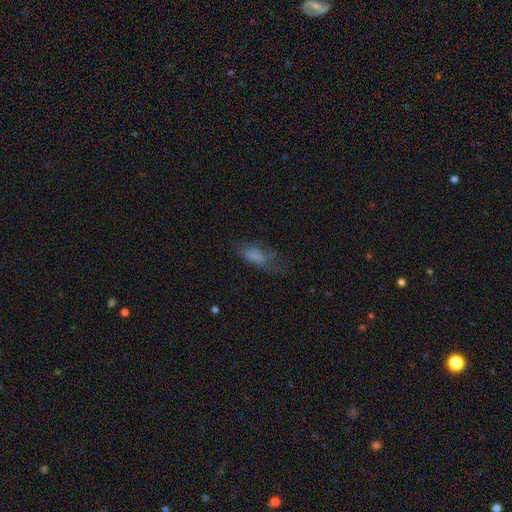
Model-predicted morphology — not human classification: Q: Smooth or featured?
A: smooth (62%); runner-up: featured or disk (24%)
Q: How rounded?
A: in between (72%); runner-up: cigar-shaped (24%)
Q: Merging?
A: none (41%); runner-up: major disturbance (31%)